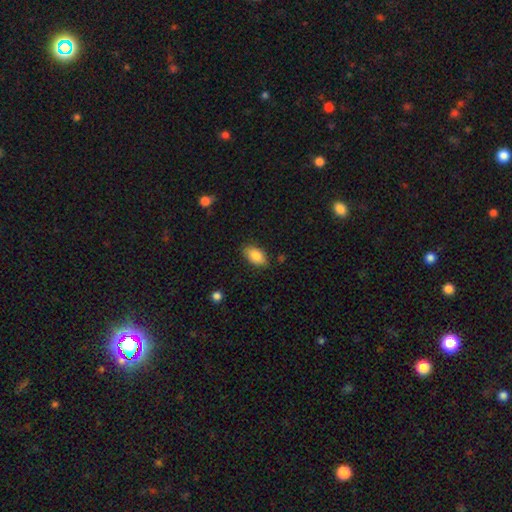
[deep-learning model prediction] smooth_or_featured: smooth (p=0.86) [alt: star or artifact p=0.07]
how_rounded: in between (p=0.91) [alt: round p=0.06]
merging: none (p=0.83) [alt: minor disturbance p=0.13]